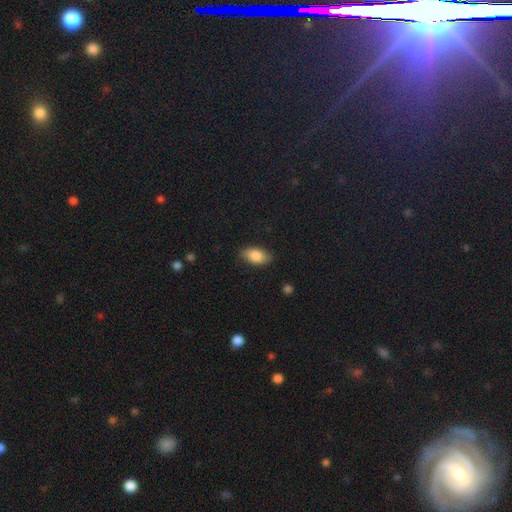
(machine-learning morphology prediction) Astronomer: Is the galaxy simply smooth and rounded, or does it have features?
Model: smooth — 84%.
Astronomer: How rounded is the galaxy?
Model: in between — 92%.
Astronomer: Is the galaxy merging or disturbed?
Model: none — 84%.